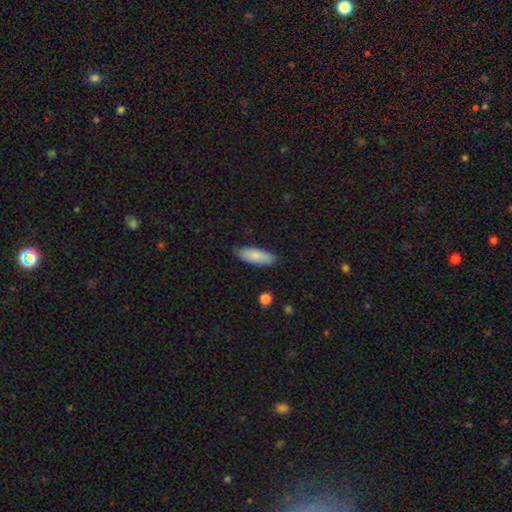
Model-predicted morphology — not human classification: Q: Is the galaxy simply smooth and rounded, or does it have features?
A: smooth — 83%.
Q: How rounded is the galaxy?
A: in between — 63%.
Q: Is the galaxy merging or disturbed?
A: none — 83%.